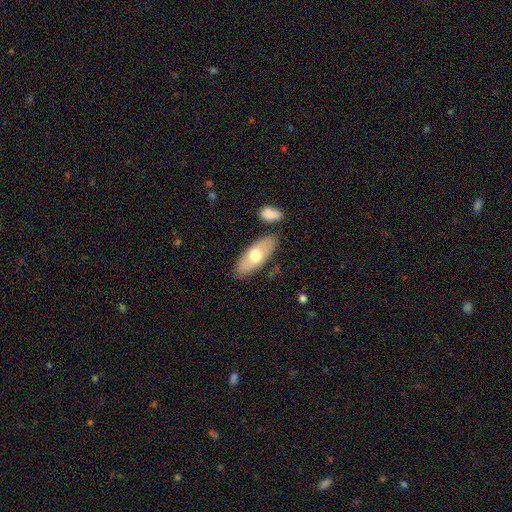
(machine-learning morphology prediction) The model was most divided on "smooth or featured": smooth: 62%, featured or disk: 32%, star or artifact: 6%. More confident: how rounded — in between (82%); merging — none (80%).